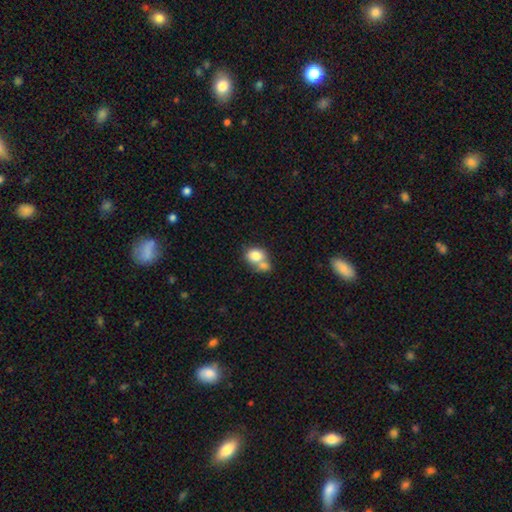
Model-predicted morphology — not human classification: This appears to be a smooth galaxy with no disk features (78%) that is round (49%, tied with in between). Merging: merger (57%).